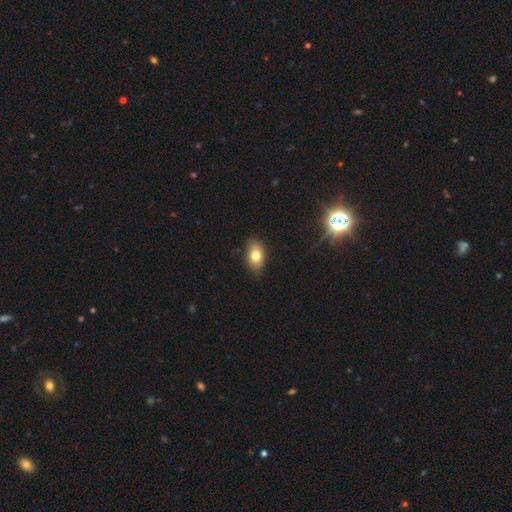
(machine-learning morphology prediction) smooth 76%, featured or disk 15%, star or artifact 9%. Down the decision tree: how rounded — in between (87%); merging — none (84%).